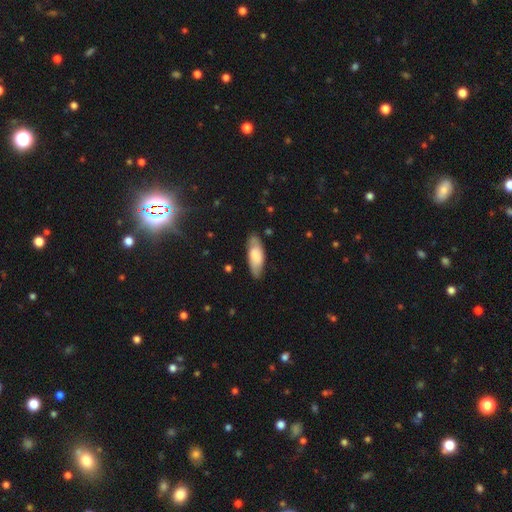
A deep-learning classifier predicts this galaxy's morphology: This is likely a smooth galaxy (71%). How rounded: likely in between (75%). Merging: likely none (79%).